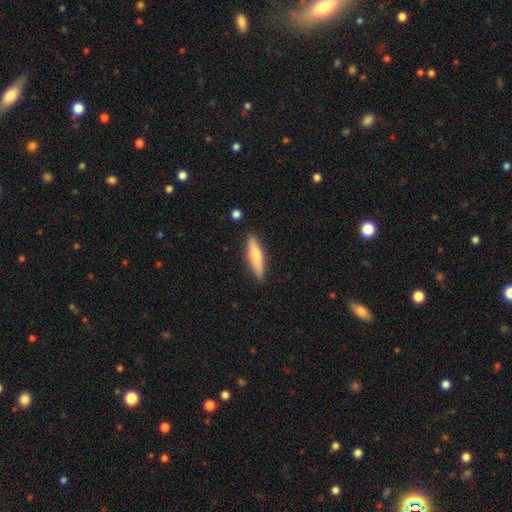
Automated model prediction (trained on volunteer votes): A smooth galaxy with no disk features (66%) that is cigar-shaped (80%).

Vote fractions:
- Smooth or featured? smooth: 66% / featured or disk: 28% / star or artifact: 6%
- How rounded? cigar-shaped: 80% / in between: 18% / round: 2%
- Merging? none: 87% / minor disturbance: 9% / major disturbance: 2% / merger: 2%